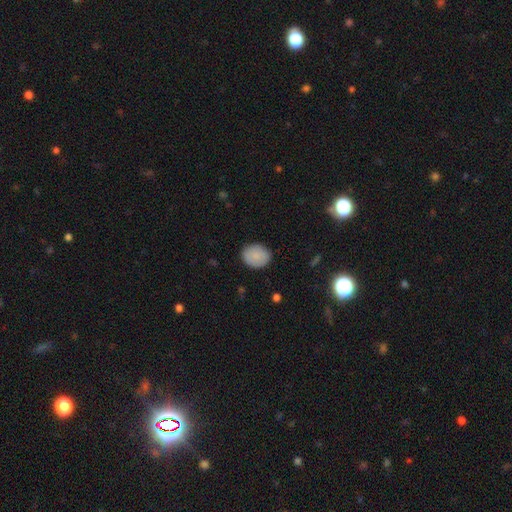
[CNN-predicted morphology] The model was most divided on "how rounded": round: 51%, in between: 48%, cigar-shaped: 1%. More confident: merging — none (86%); smooth or featured — smooth (84%).